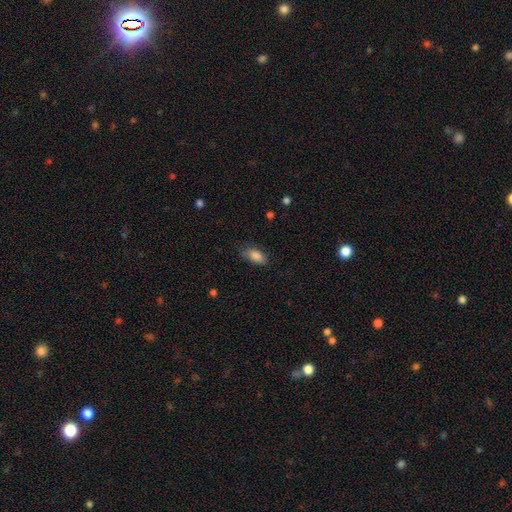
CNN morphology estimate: The model was most divided on "merging": none: 77%, minor disturbance: 18%, major disturbance: 4%, merger: 1%. More confident: how rounded — in between (91%); smooth or featured — smooth (87%).